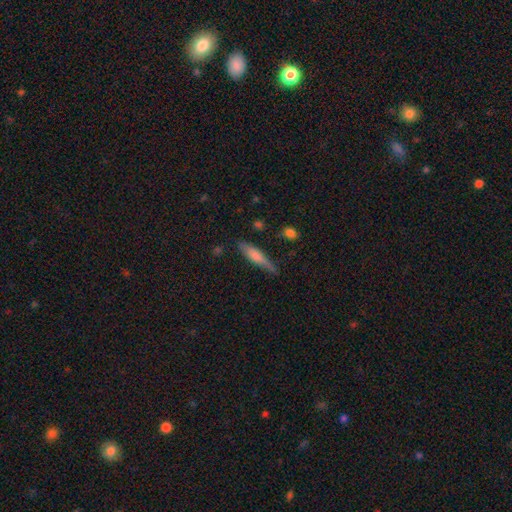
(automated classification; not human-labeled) A smooth galaxy with no disk features (64%) that is cigar-shaped (80%). Merging: none (70%).